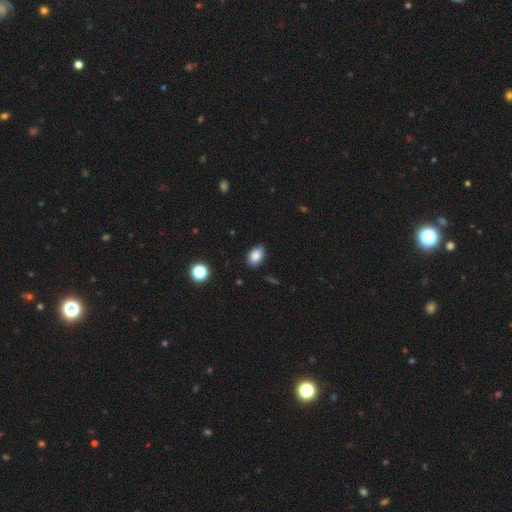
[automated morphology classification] This is clearly a smooth galaxy (86%). How rounded: clearly in between (86%). Merging: clearly none (82%).